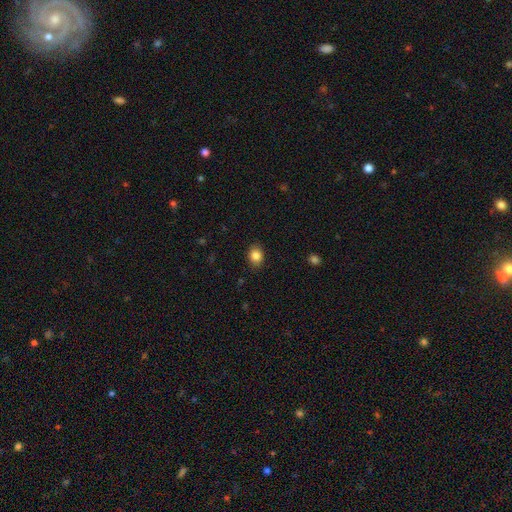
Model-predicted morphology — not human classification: Smooth or featured? smooth (85%)
How rounded? in between (52%)
Merging? none (87%)